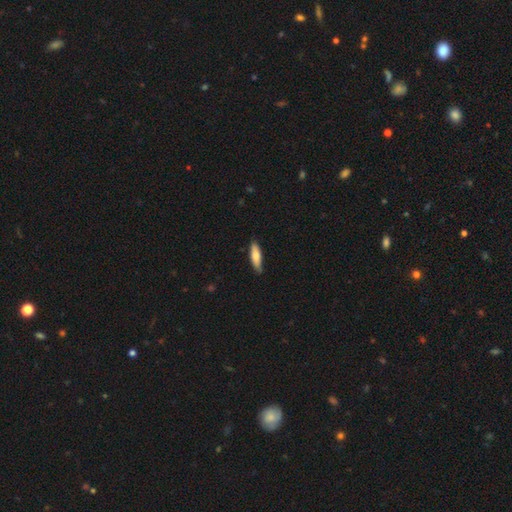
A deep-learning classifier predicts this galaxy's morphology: This appears to be a smooth galaxy with no disk features (75%) that is cigar-shaped (60%). Merging: none (82%).